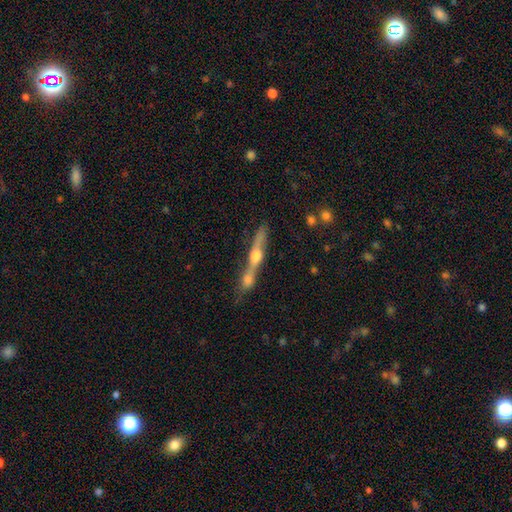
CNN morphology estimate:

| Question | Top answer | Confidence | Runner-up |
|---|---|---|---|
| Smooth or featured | featured or disk | 58% | smooth (33%) |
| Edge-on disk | yes | 84% | no (16%) |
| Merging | merger | 60% | none (30%) |